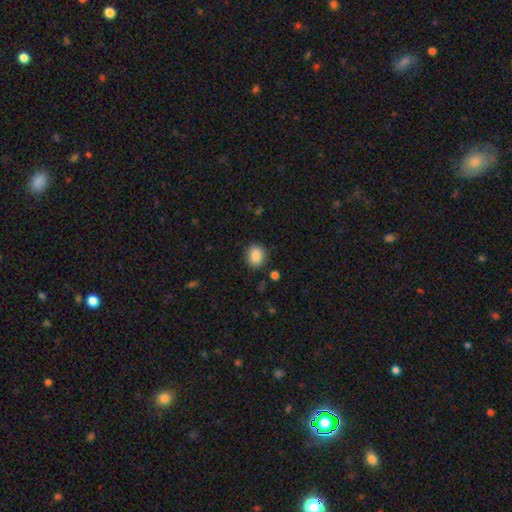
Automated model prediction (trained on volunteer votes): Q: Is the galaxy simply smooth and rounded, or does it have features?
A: smooth — 87%.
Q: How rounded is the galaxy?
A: round — 62%.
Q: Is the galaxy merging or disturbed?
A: none — 87%.